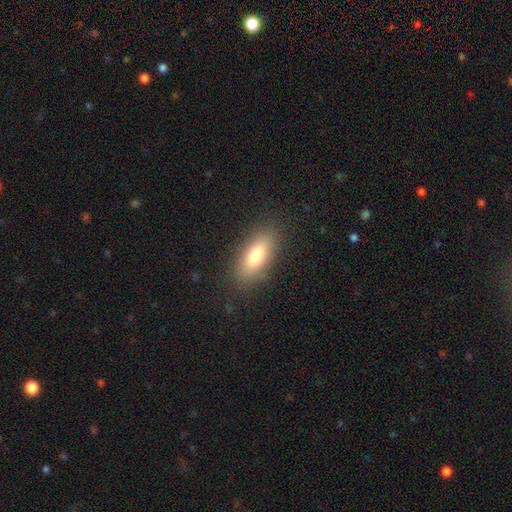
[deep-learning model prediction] smooth 76%, featured or disk 16%, star or artifact 8%. Down the decision tree: how rounded — in between (77%); merging — none (86%).